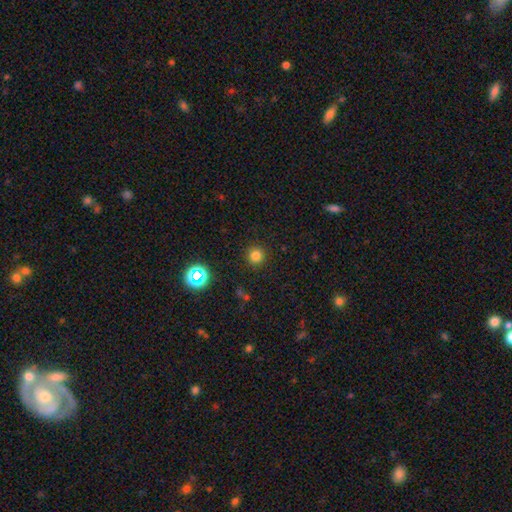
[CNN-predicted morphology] This is likely a smooth galaxy (78%). How rounded: clearly round (94%). Merging: clearly none (90%).